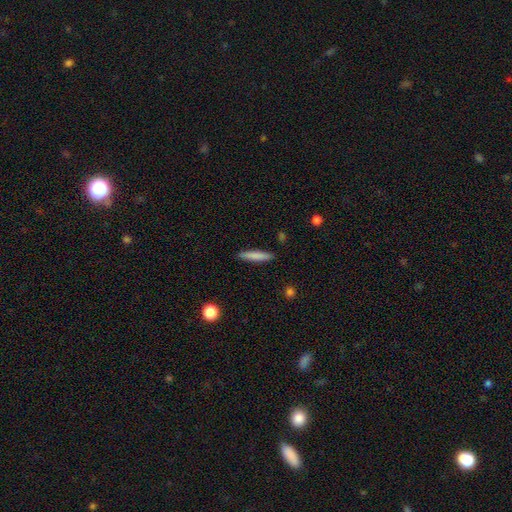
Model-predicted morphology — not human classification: This appears to be a smooth galaxy with no disk features (80%) that is cigar-shaped (90%). Merging: none (90%).